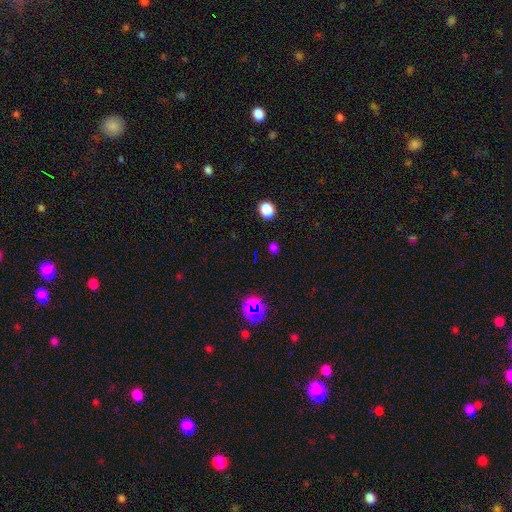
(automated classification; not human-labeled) Smooth or featured? smooth (51%)
How rounded? round (70%)
Merging? none (84%)